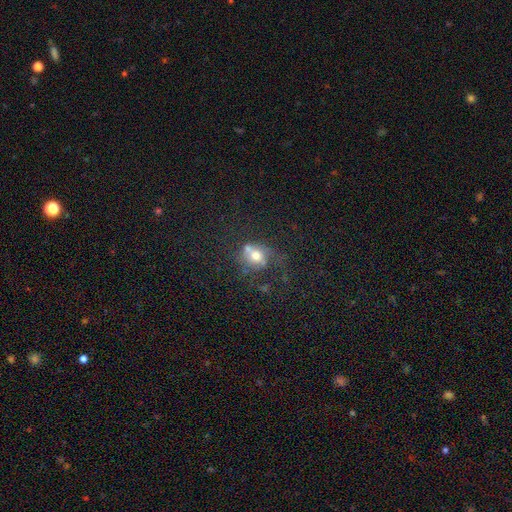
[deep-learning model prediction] smooth_or_featured: smooth (p=0.60) [alt: featured or disk p=0.25]
how_rounded: round (p=0.65) [alt: in between p=0.34]
merging: none (p=0.36) [alt: merger p=0.29]